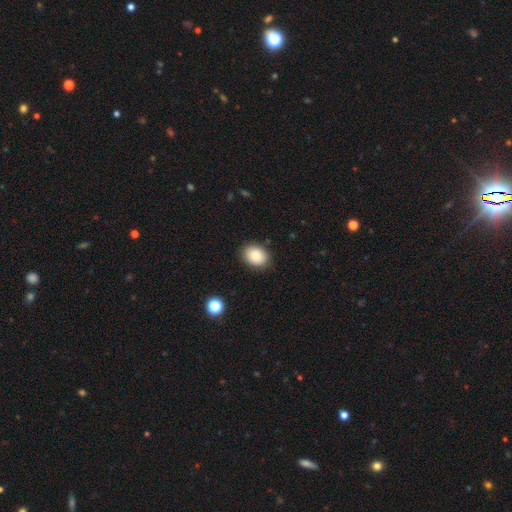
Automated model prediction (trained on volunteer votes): Morphology: type=smooth (85%); roundness=in between (62%); merging=none (87%).